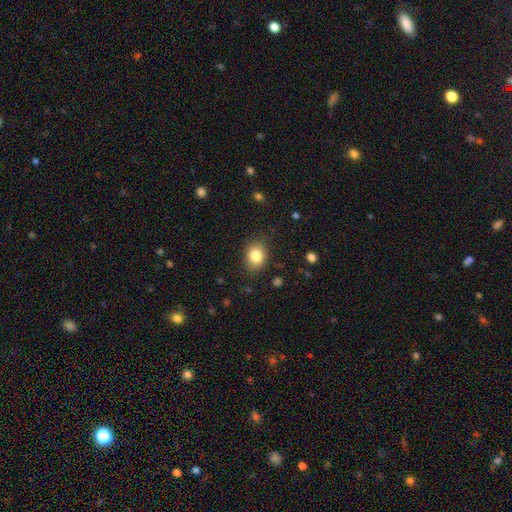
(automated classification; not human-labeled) Q: Smooth or featured?
A: smooth (84%); runner-up: star or artifact (9%)
Q: How rounded?
A: in between (57%); runner-up: round (42%)
Q: Merging?
A: none (85%); runner-up: minor disturbance (11%)